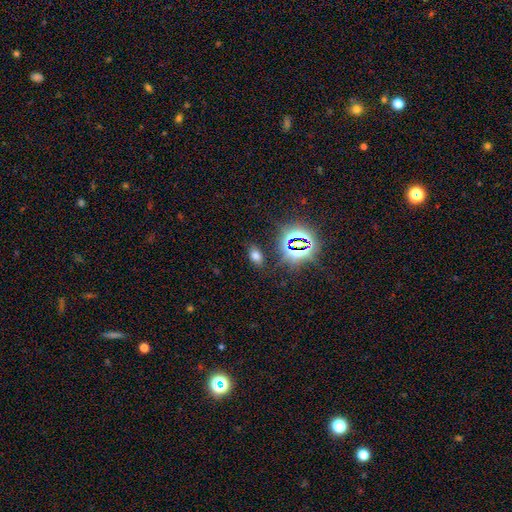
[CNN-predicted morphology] smooth_or_featured: smooth (p=0.62) [alt: star or artifact p=0.30]
how_rounded: in between (p=0.87) [alt: round p=0.10]
merging: none (p=0.84) [alt: minor disturbance p=0.10]